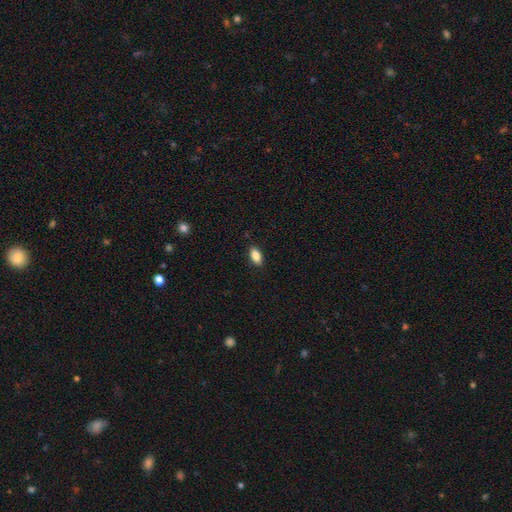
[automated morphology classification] This is clearly a smooth galaxy (86%). How rounded: clearly in between (89%). Merging: clearly none (88%).